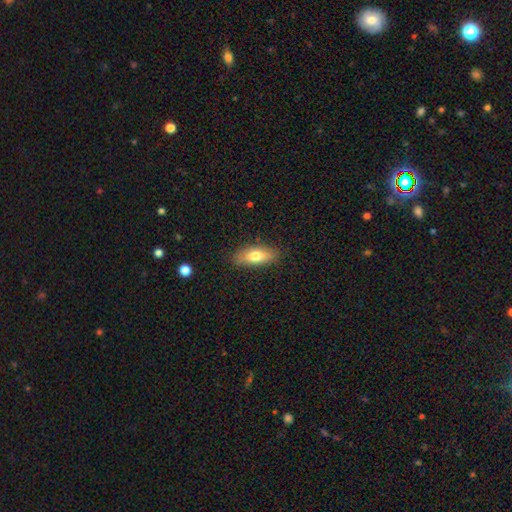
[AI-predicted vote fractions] This appears to be a smooth galaxy with no disk features (71%) that is in between round and cigar-shaped (72%). Merging: none (84%).